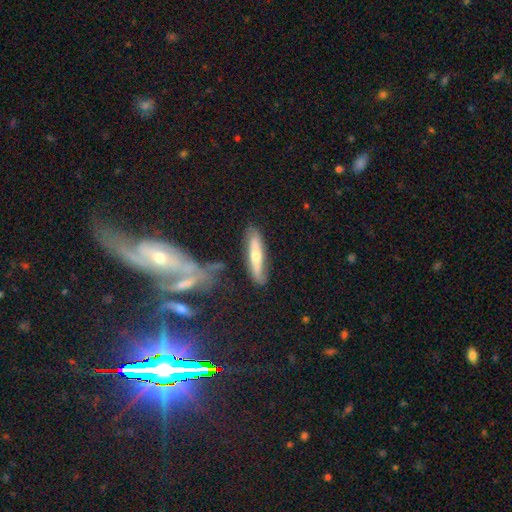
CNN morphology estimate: A smooth galaxy with no disk features (51%) that is cigar-shaped (80%). Merging: none (73%).